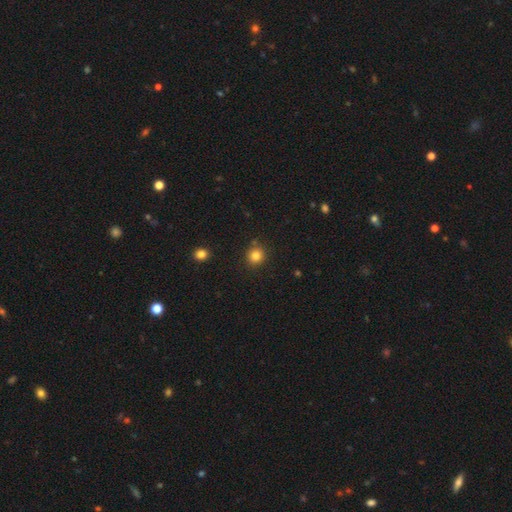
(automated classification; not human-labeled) smooth-or-featured: smooth: 83% | star or artifact: 12% | featured or disk: 5%
  how-rounded: round: 91% | in between: 9% | cigar-shaped: 1%
  merging: none: 85% | minor disturbance: 9% | merger: 4% | major disturbance: 2%